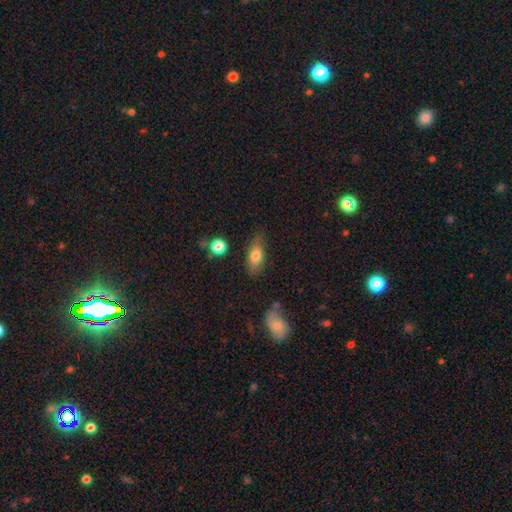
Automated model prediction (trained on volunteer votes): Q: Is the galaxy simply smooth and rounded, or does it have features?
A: smooth — 75%.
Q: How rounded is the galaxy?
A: in between — 80%.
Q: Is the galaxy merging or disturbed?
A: none — 73%.